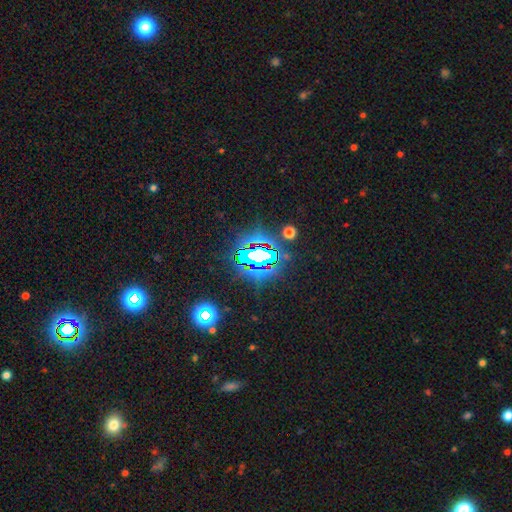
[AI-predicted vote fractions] A star or artifact, not a galaxy (72%).